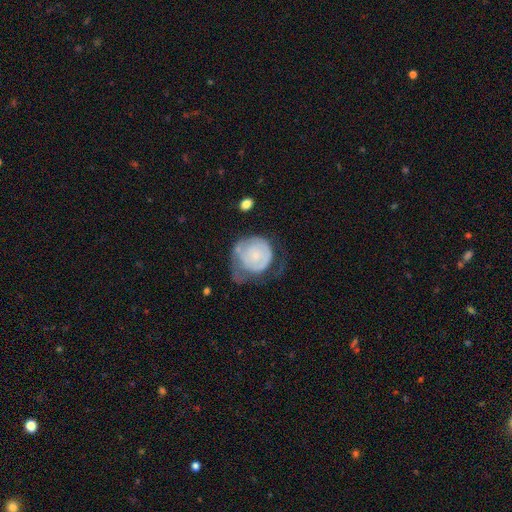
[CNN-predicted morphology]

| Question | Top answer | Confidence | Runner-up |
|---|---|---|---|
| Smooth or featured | featured or disk | 54% | smooth (40%) |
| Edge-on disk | no | 97% | yes (3%) |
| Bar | no | 83% | weak (15%) |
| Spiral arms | yes | 61% | no (39%) |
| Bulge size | small | 63% | moderate (19%) |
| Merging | major disturbance | 37% | minor disturbance (30%) |